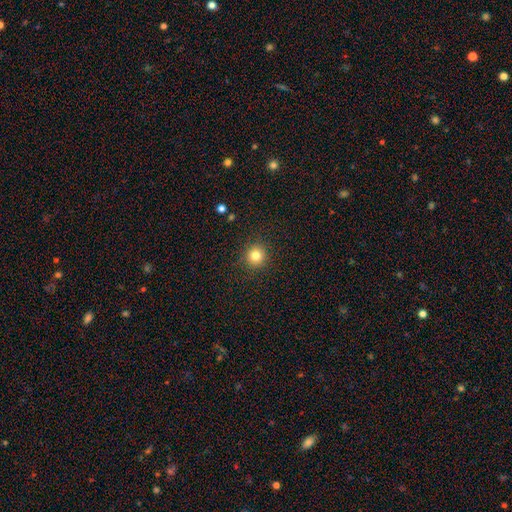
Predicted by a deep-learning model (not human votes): smooth-or-featured: smooth: 81% | star or artifact: 12% | featured or disk: 6%
  how-rounded: round: 94% | in between: 5% | cigar-shaped: 1%
  merging: none: 91% | minor disturbance: 6% | major disturbance: 2% | merger: 1%